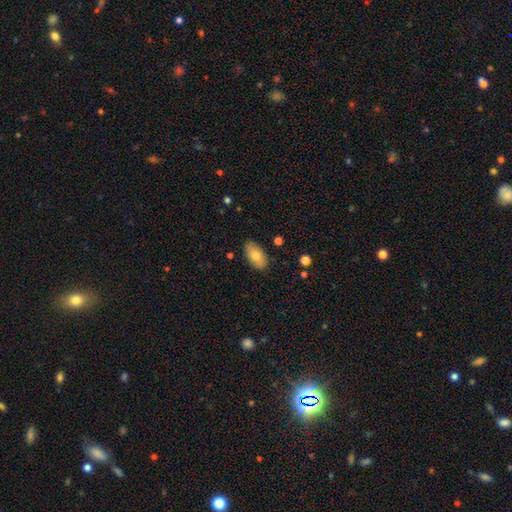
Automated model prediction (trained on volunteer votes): Morphology: type=smooth (74%); roundness=in between (93%); merging=none (87%).